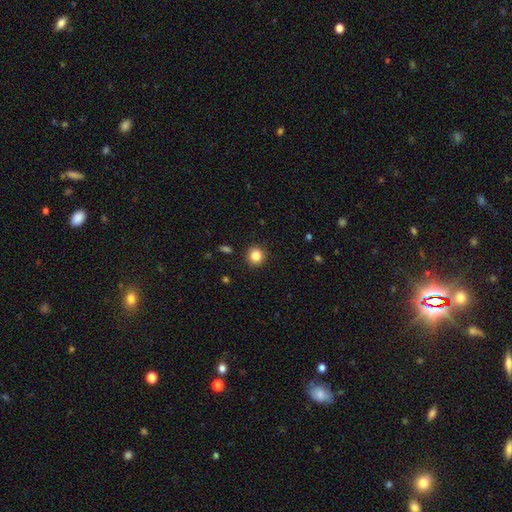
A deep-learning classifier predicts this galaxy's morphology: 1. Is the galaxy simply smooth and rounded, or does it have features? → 84% smooth, 11% star or artifact, 5% featured or disk.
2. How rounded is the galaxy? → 92% round, 7% in between, 1% cigar-shaped.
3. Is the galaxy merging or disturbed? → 92% none, 5% minor disturbance, 2% major disturbance, 1% merger.